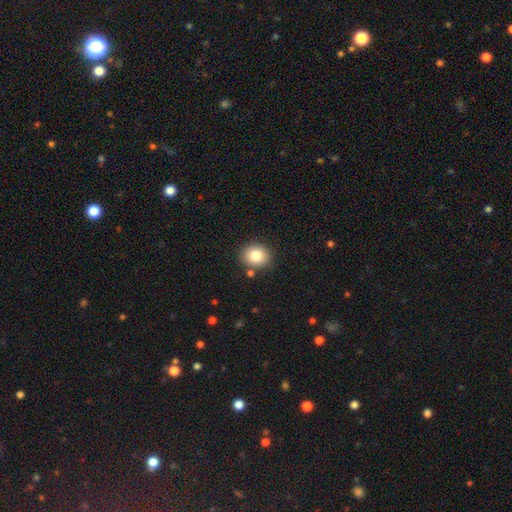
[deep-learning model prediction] Smooth or featured? smooth (82%)
How rounded? round (68%)
Merging? none (85%)